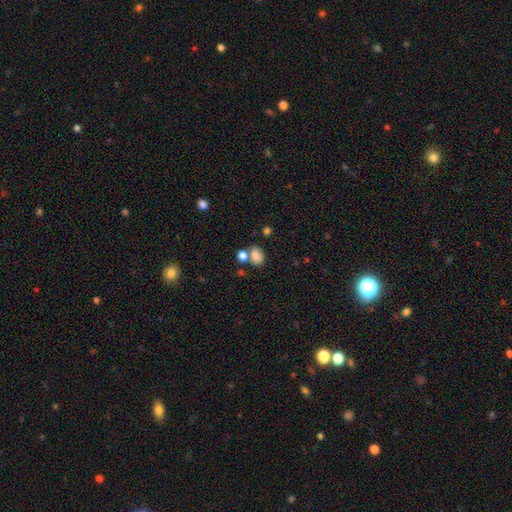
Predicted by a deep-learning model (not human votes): A smooth galaxy with no disk features (80%) that is in between round and cigar-shaped (66%).

Vote fractions:
- Smooth or featured? smooth: 80% / star or artifact: 11% / featured or disk: 9%
- How rounded? in between: 66% / round: 33% / cigar-shaped: 1%
- Merging? none: 51% / merger: 30% / minor disturbance: 14% / major disturbance: 6%